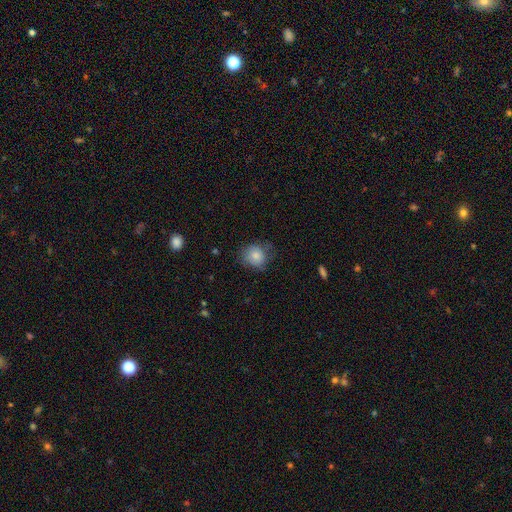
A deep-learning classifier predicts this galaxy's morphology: The model was most divided on "merging": none: 62%, minor disturbance: 27%, major disturbance: 9%, merger: 1%. More confident: smooth or featured — smooth (82%); how rounded — round (79%).